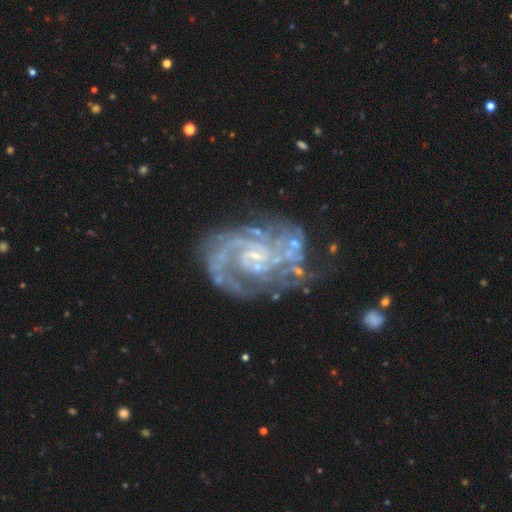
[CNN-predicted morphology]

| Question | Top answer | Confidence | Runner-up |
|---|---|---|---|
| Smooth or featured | featured or disk | 91% | star or artifact (5%) |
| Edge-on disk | no | 98% | yes (2%) |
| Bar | no | 53% | weak (37%) |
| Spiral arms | yes | 97% | no (3%) |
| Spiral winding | tight | 53% | medium (39%) |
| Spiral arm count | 2 | 52% | 3 (16%) |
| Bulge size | small | 67% | none (17%) |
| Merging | none | 58% | minor disturbance (20%) |